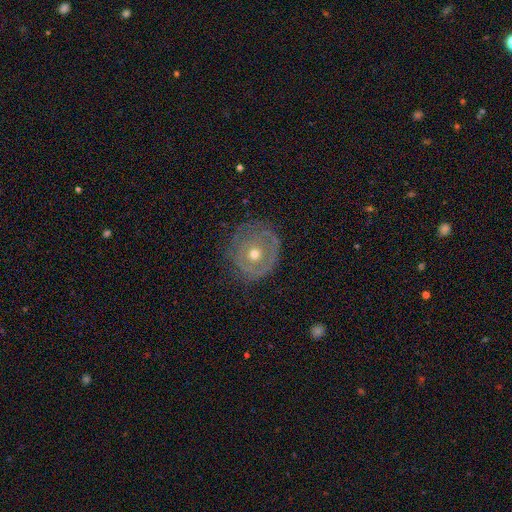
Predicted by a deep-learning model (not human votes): Q: Smooth or featured?
A: featured or disk (60%); runner-up: smooth (30%)
Q: Edge-on disk?
A: no (95%); runner-up: yes (5%)
Q: Bar?
A: no (86%); runner-up: weak (10%)
Q: Spiral arms?
A: no (58%); runner-up: yes (42%)
Q: Bulge size?
A: moderate (63%); runner-up: small (33%)
Q: Merging?
A: none (78%); runner-up: minor disturbance (15%)